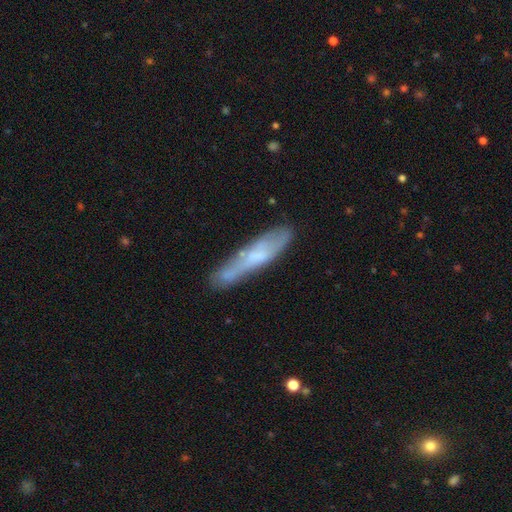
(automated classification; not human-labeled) This is possibly a smooth galaxy (50%). How rounded: clearly cigar-shaped (83%). Merging: likely none (64%).